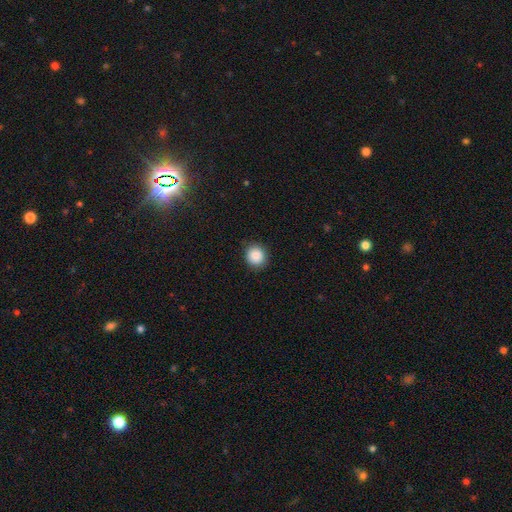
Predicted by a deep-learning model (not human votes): A smooth galaxy with no disk features (88%) that is round (88%).

Vote fractions:
- Smooth or featured? smooth: 88% / star or artifact: 9% / featured or disk: 3%
- How rounded? round: 88% / in between: 11% / cigar-shaped: 1%
- Merging? none: 89% / minor disturbance: 8% / major disturbance: 2% / merger: 1%